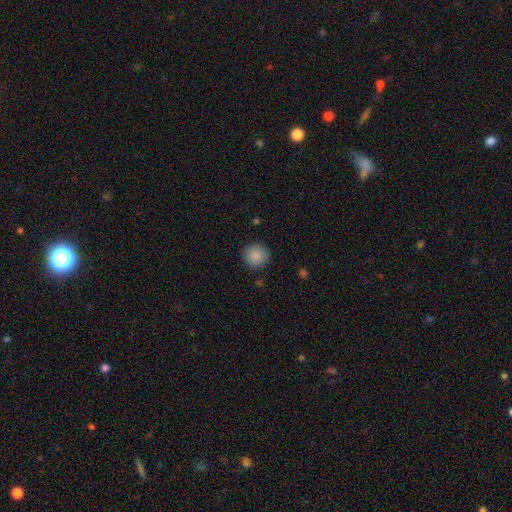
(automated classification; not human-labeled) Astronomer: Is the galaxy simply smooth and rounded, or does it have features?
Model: smooth — 87%.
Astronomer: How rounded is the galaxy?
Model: round — 91%.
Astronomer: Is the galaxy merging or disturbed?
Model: none — 88%.